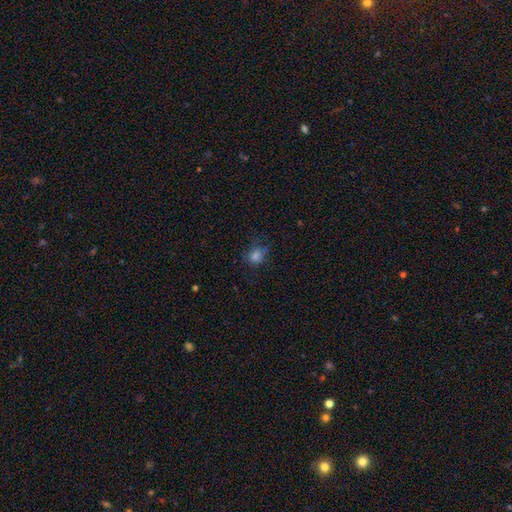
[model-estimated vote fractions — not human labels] Overall: smooth (71%). How rounded: round (66%; in between 33%). Merging: none (62%; minor disturbance 22%).